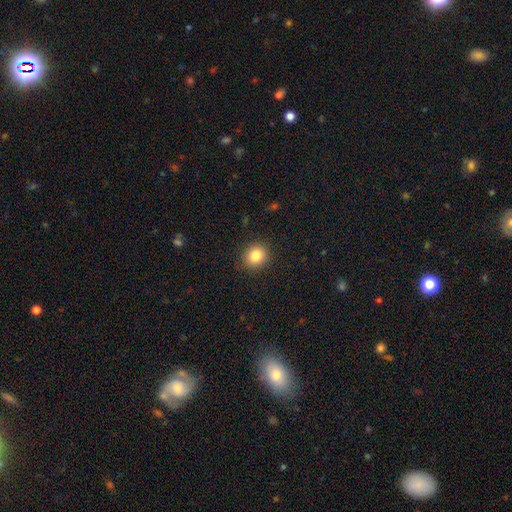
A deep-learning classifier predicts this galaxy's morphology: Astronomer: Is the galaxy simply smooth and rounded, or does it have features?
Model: smooth — 84%.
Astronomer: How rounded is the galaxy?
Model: round — 81%.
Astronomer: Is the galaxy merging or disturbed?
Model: none — 90%.